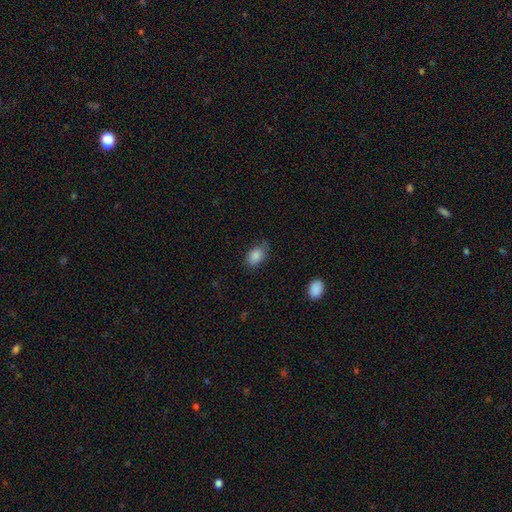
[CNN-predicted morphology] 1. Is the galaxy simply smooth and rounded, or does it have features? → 86% smooth, 8% star or artifact, 6% featured or disk.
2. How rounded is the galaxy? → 86% in between, 13% round, 1% cigar-shaped.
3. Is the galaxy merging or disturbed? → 67% none, 26% minor disturbance, 6% major disturbance, 1% merger.